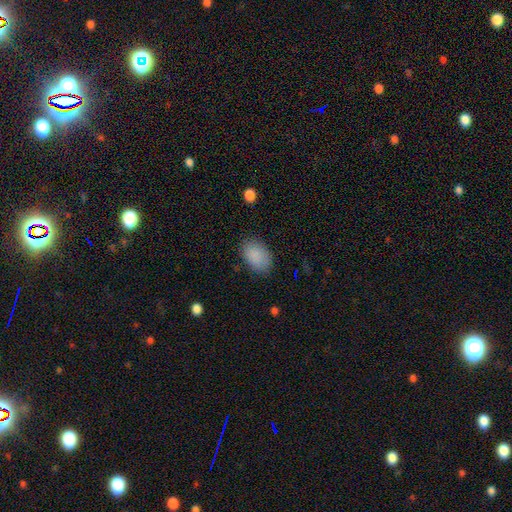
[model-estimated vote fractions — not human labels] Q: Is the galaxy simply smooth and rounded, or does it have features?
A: smooth — 89%.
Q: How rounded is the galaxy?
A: in between — 87%.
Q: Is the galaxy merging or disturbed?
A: none — 83%.